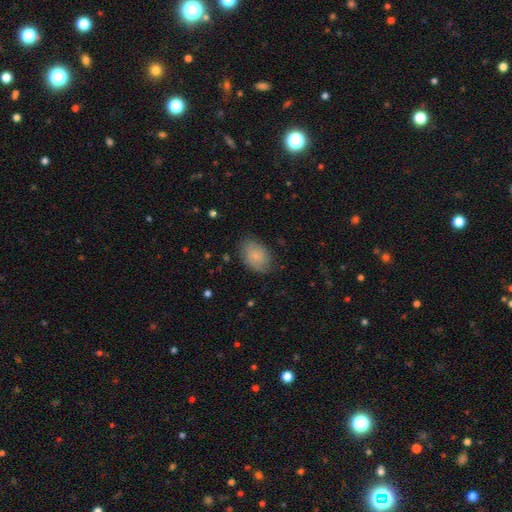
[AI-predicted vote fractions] Smooth or featured? smooth (77%)
How rounded? in between (79%)
Merging? none (74%)